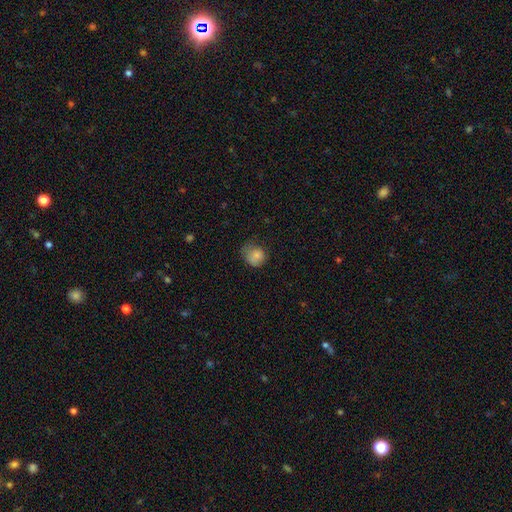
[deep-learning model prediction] smooth-or-featured: smooth: 81% | featured or disk: 10% | star or artifact: 9%
  how-rounded: round: 73% | in between: 26% | cigar-shaped: 1%
  merging: none: 49% | minor disturbance: 33% | major disturbance: 16% | merger: 2%